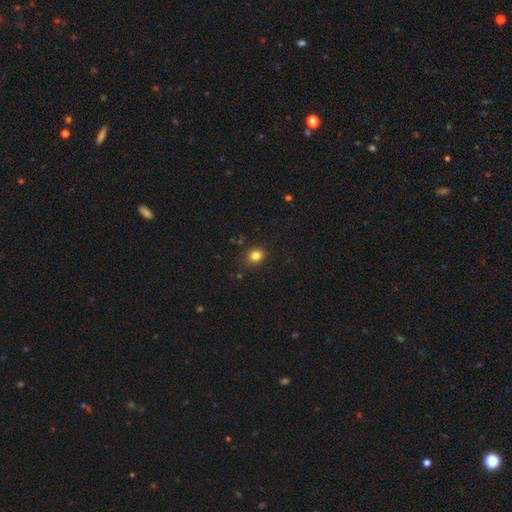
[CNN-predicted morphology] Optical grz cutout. It shows a smooth galaxy with no disk features (82%) that is round (68%). Merging: none (86%).